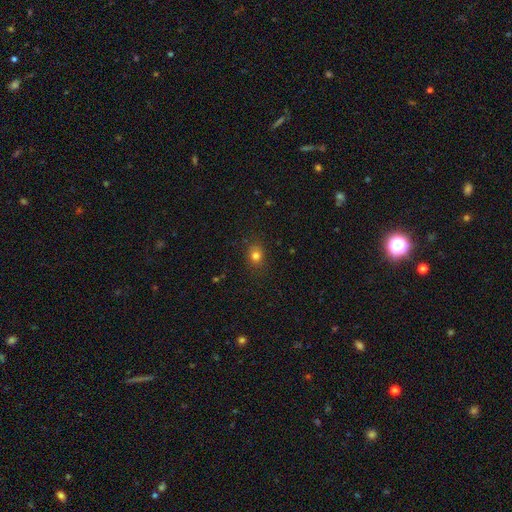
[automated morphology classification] A smooth galaxy with no disk features (79%) that is round (61%).

Vote fractions:
- Smooth or featured? smooth: 79% / star or artifact: 14% / featured or disk: 7%
- How rounded? round: 61% / in between: 37% / cigar-shaped: 1%
- Merging? none: 85% / minor disturbance: 10% / major disturbance: 3% / merger: 1%